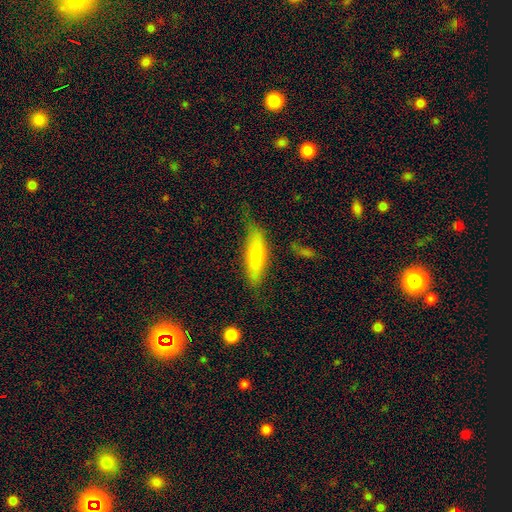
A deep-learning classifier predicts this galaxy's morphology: Smooth or featured? smooth (66%)
How rounded? cigar-shaped (60%)
Merging? none (64%)